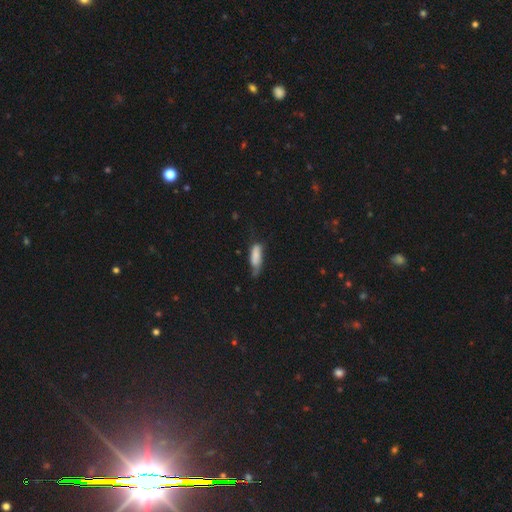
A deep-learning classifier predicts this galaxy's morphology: The model was most divided on "merging" (2-way tie): minor disturbance: 40%, none: 40%, major disturbance: 16%, merger: 3%. More confident: smooth or featured — smooth (78%); how rounded — in between (56%).